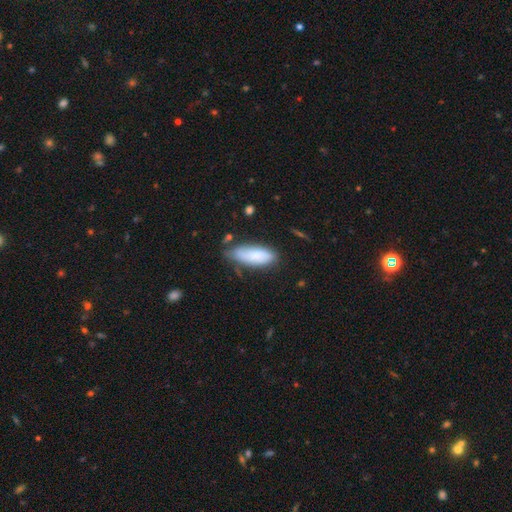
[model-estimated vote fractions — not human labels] Q: Smooth or featured?
A: smooth (81%); runner-up: featured or disk (13%)
Q: How rounded?
A: in between (73%); runner-up: cigar-shaped (25%)
Q: Merging?
A: none (57%); runner-up: minor disturbance (31%)